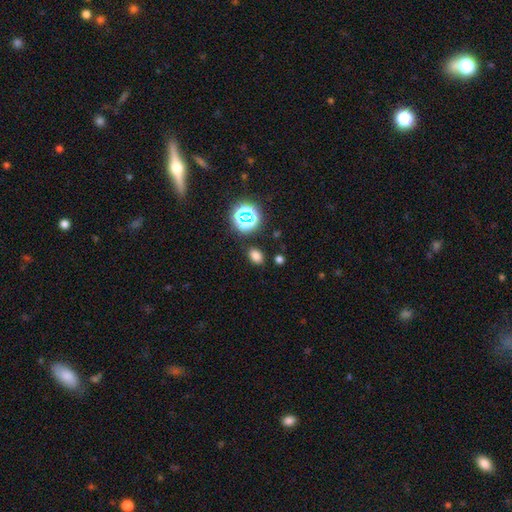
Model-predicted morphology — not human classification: This is likely a smooth galaxy (73%). How rounded: likely in between (74%). Merging: clearly none (84%).